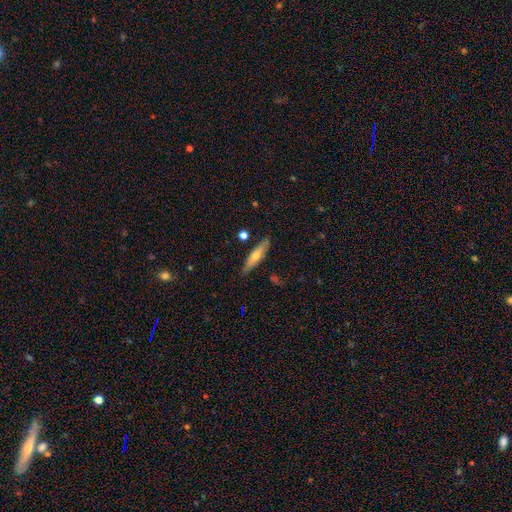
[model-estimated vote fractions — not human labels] A smooth galaxy with no disk features (58%) that is cigar-shaped (75%).

Vote fractions:
- Smooth or featured? smooth: 58% / featured or disk: 36% / star or artifact: 6%
- How rounded? cigar-shaped: 75% / in between: 23% / round: 2%
- Merging? none: 85% / minor disturbance: 11% / major disturbance: 2% / merger: 2%